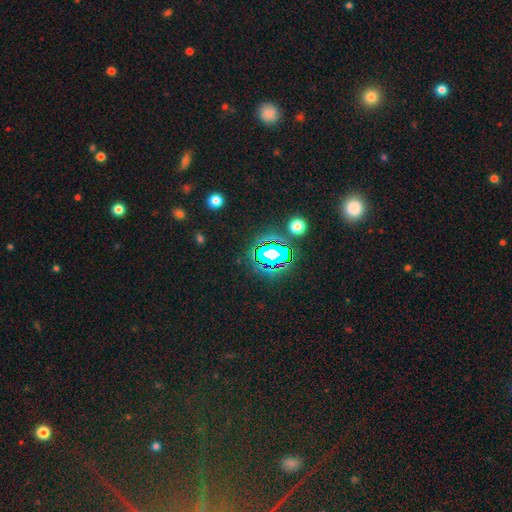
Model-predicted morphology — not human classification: Smooth or featured?
  - star or artifact: 79% *
  - smooth: 13%
  - featured or disk: 8%